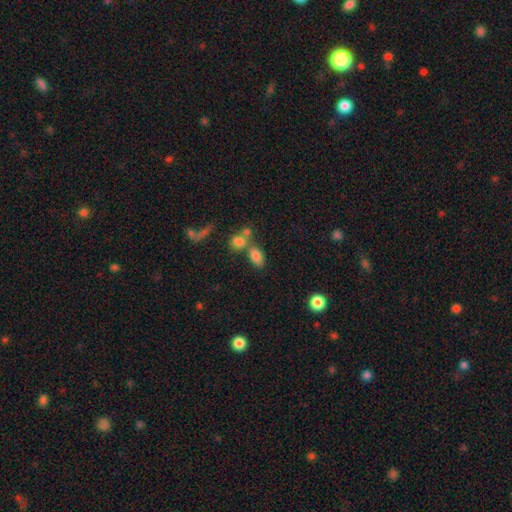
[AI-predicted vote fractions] smooth_or_featured: smooth (p=0.80) [alt: star or artifact p=0.11]
how_rounded: in between (p=0.88) [alt: round p=0.10]
merging: none (p=0.51) [alt: merger p=0.32]